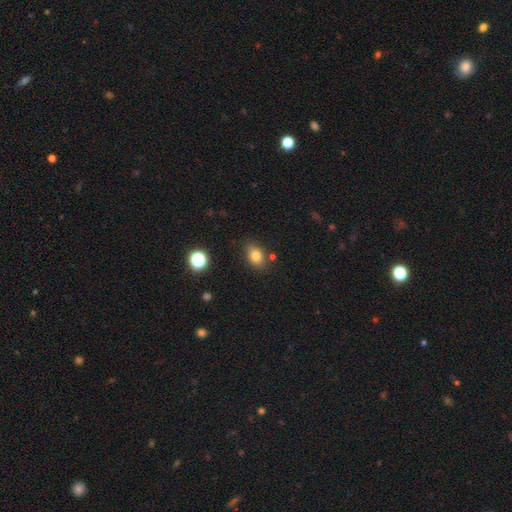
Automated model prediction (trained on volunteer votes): smooth 79%, star or artifact 12%, featured or disk 9%. Down the decision tree: how rounded — in between (72%); merging — none (79%).